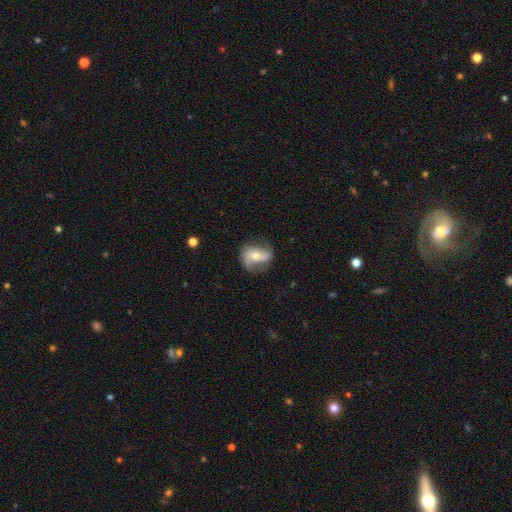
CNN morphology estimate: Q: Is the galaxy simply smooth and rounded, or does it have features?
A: featured or disk — 67%.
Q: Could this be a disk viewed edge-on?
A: no — 95%.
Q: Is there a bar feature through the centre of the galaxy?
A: no — 47%.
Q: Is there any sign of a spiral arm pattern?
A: yes — 87%.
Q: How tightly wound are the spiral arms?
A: loose — 46%.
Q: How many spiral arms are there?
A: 2 — 80%.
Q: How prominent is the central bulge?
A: moderate — 57%.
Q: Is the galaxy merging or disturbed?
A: none — 65%.